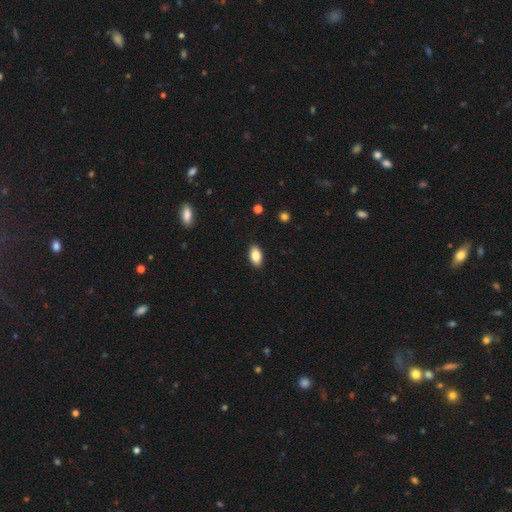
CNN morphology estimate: A smooth galaxy with no disk features (84%) that is in between round and cigar-shaped (92%). Merging: none (89%).